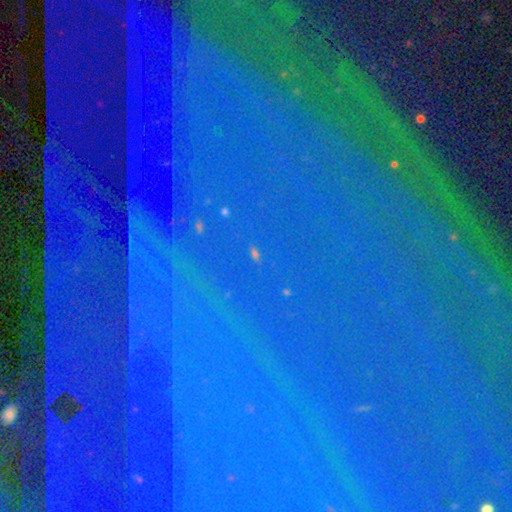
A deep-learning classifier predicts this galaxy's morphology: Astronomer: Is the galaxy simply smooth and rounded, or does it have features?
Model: star or artifact — 85%.